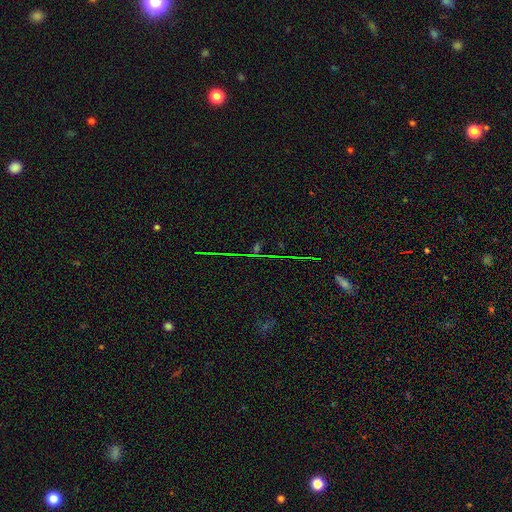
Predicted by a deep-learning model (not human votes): Overall: star or artifact (70%).